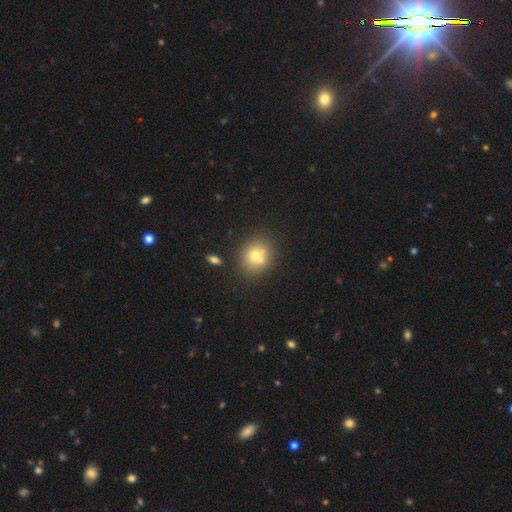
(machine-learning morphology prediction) smooth 67%, featured or disk 20%, star or artifact 13%. Down the decision tree: how rounded — round (75%); merging — none (55%).